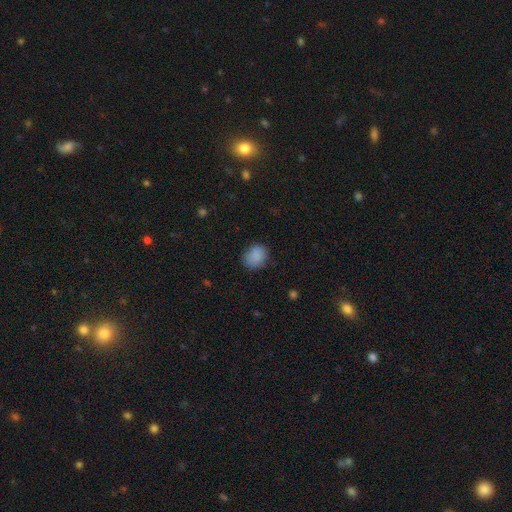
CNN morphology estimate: Smooth or featured? Predicted: smooth (p=0.87). How rounded? Predicted: round (p=0.55). Merging? Predicted: none (p=0.79).